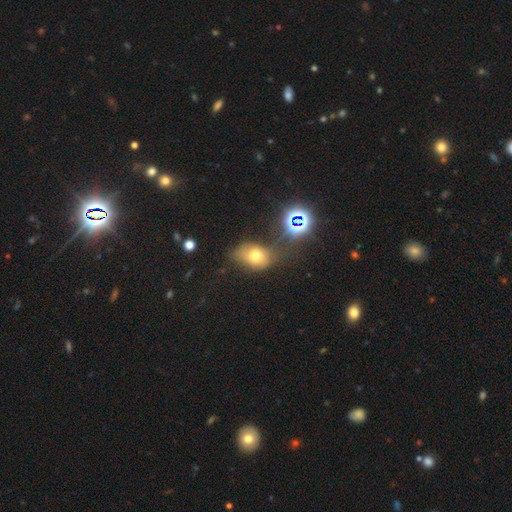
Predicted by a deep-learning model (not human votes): This is likely a smooth galaxy (66%). How rounded: likely in between (71%). Merging: possibly none (51%).